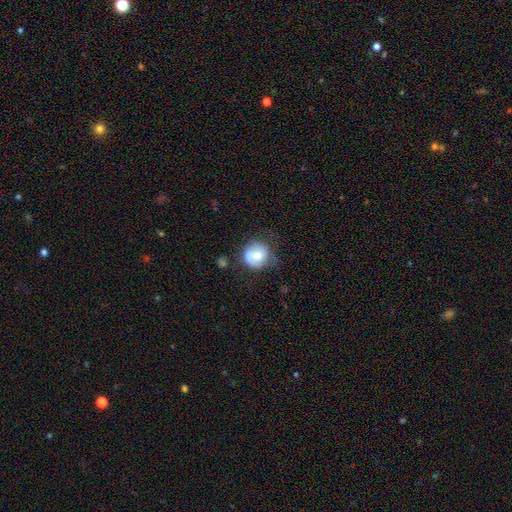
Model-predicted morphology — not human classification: smooth 67%, featured or disk 25%, star or artifact 8%. Down the decision tree: how rounded — round (84%); merging — none (54%).